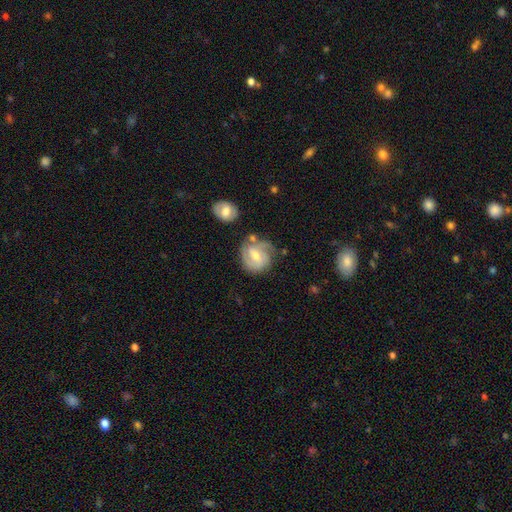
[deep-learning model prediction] This is likely a featured or disk galaxy (76%). It is clearly not viewed edge-on (97%). Bar: possibly weak (55%). Spiral arm pattern: clearly yes (93%). Spiral arm count: possibly 2 (57%). Spiral winding: possibly tight (52%). Central bulge: possibly moderate (59%). Merging: likely none (63%).